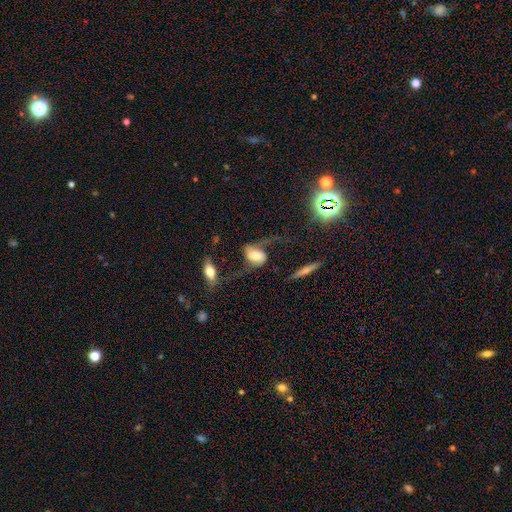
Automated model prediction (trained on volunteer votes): Smooth or featured? featured or disk (73%)
Edge-on disk? no (94%)
Bar? no (41%)
Spiral arms? yes (91%)
Spiral winding? loose (80%)
Spiral arm count? 2 (88%)
Bulge size? moderate (42%)
Merging? none (45%)